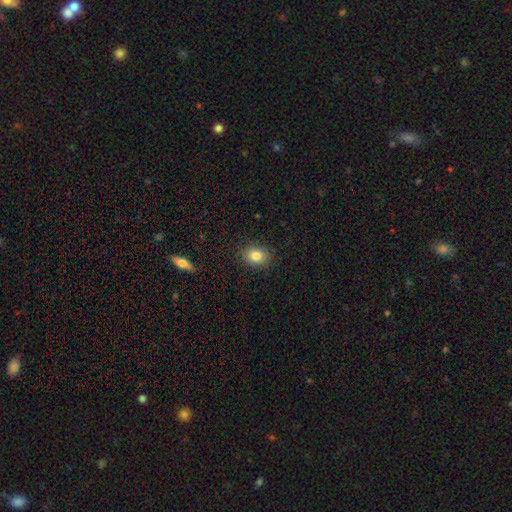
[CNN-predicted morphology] A smooth galaxy with no disk features (82%) that is in between round and cigar-shaped (60%). Merging: none (88%).